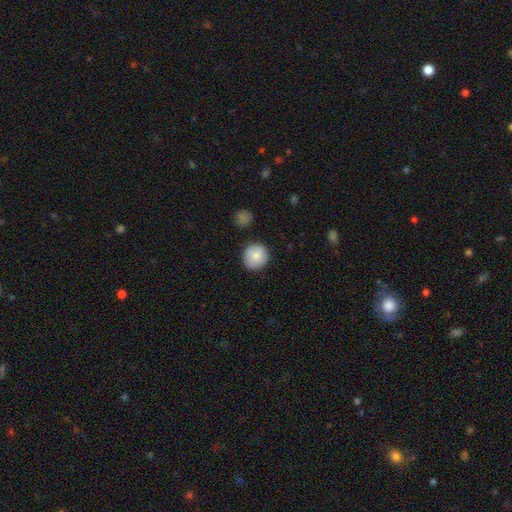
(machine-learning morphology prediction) This is clearly a smooth galaxy (83%). How rounded: clearly round (92%). Merging: clearly none (85%).